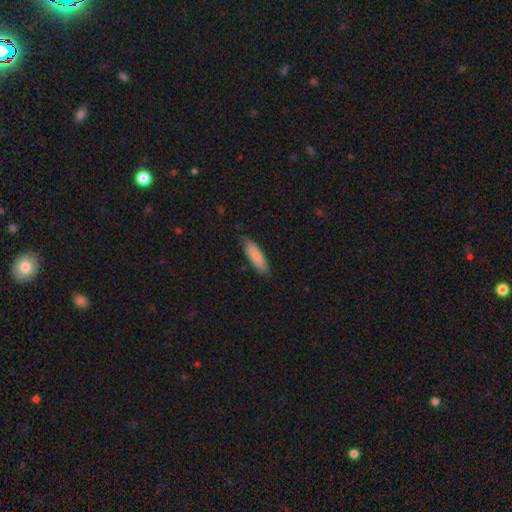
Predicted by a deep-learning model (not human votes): A smooth galaxy with no disk features (85%) that is cigar-shaped (59%). Merging: none (77%).